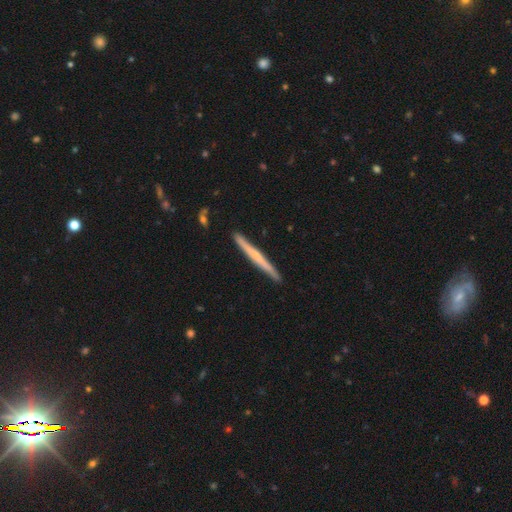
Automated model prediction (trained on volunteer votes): Q: Smooth or featured?
A: featured or disk (49%); runner-up: smooth (46%)
Q: Merging?
A: none (90%); runner-up: minor disturbance (7%)